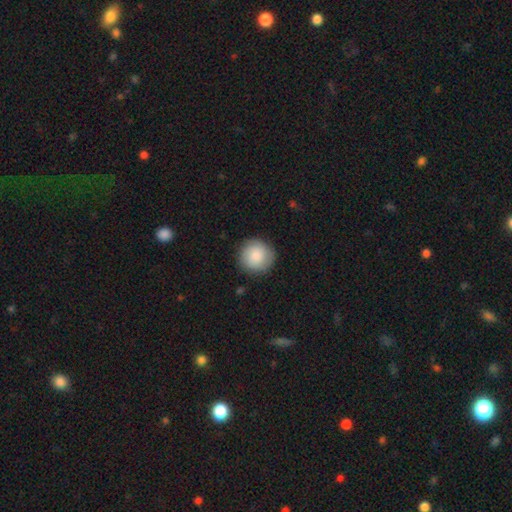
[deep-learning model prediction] The model was most divided on "smooth or featured": smooth: 84%, featured or disk: 9%, star or artifact: 6%. More confident: how rounded — round (94%); merging — none (88%).